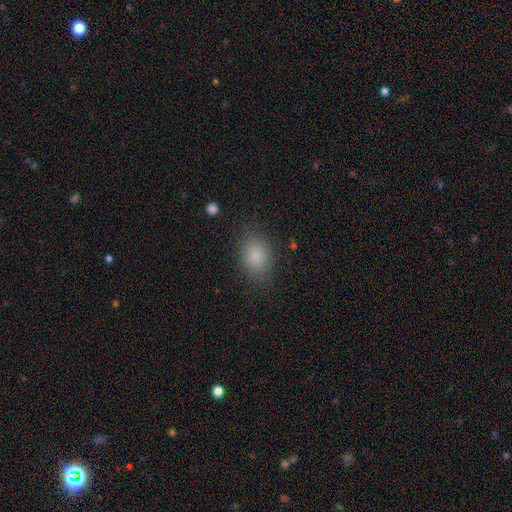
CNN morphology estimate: Q: Smooth or featured?
A: smooth (85%); runner-up: star or artifact (9%)
Q: How rounded?
A: in between (82%); runner-up: round (16%)
Q: Merging?
A: none (82%); runner-up: minor disturbance (12%)